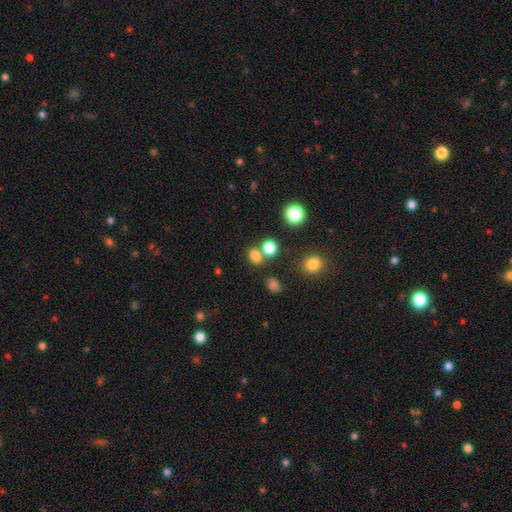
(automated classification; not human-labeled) This appears to be a smooth galaxy with no disk features (78%) that is in between round and cigar-shaped (55%). Merging: none (62%).